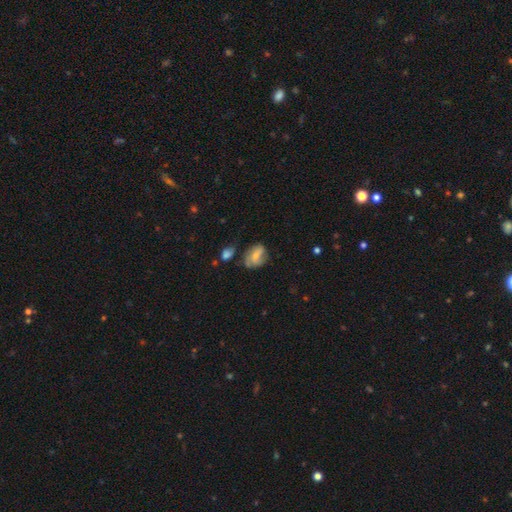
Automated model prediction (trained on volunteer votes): A smooth galaxy with no disk features (53%) that is in between round and cigar-shaped (68%).

Vote fractions:
- Smooth or featured? smooth: 53% / featured or disk: 38% / star or artifact: 9%
- How rounded? in between: 68% / round: 31% / cigar-shaped: 2%
- Merging? none: 48% / minor disturbance: 31% / major disturbance: 14% / merger: 7%